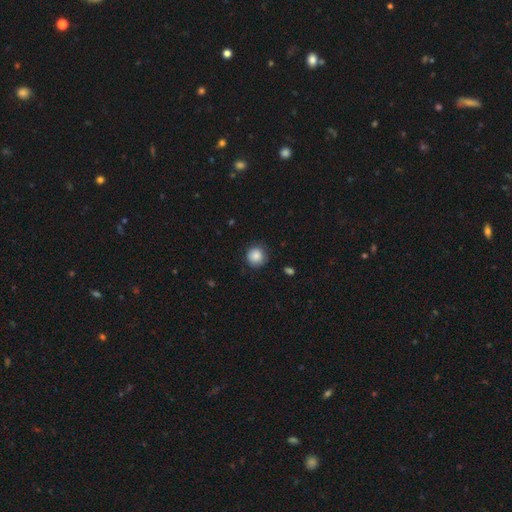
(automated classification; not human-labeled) Overall: smooth (86%). How rounded: round (93%). Merging: none (81%).